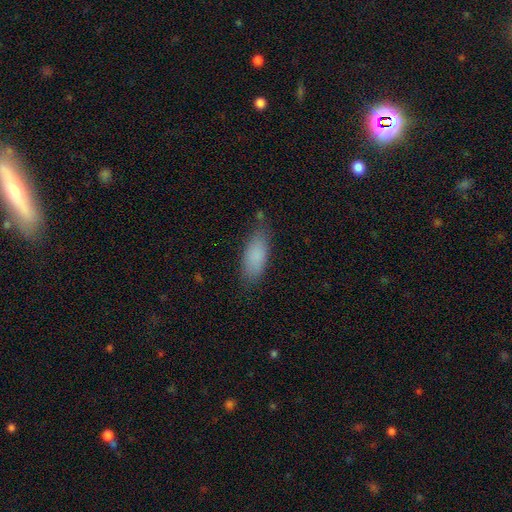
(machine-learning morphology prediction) This appears to be a smooth galaxy with no disk features (86%) that is in between round and cigar-shaped (78%). Merging: none (75%).